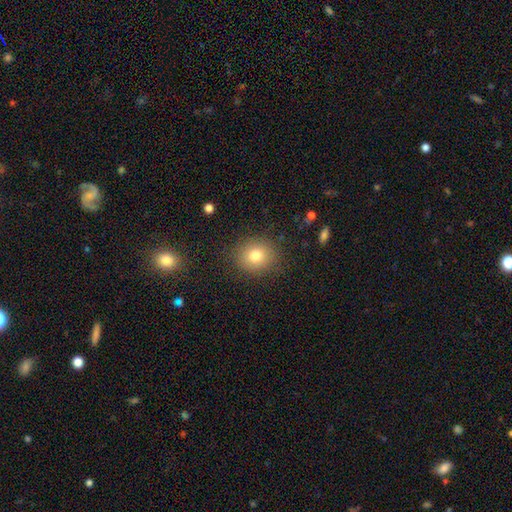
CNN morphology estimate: Smooth or featured? Predicted: smooth (p=0.80). How rounded? Predicted: round (p=0.75). Merging? Predicted: none (p=0.86).